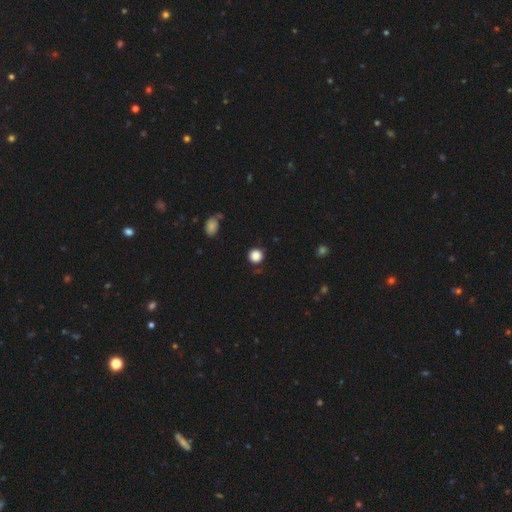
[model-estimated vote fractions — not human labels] Smooth or featured: smooth — 86% (star or artifact — 11%)
How rounded: round — 94% (in between — 5%)
Merging: none — 88% (minor disturbance — 8%)